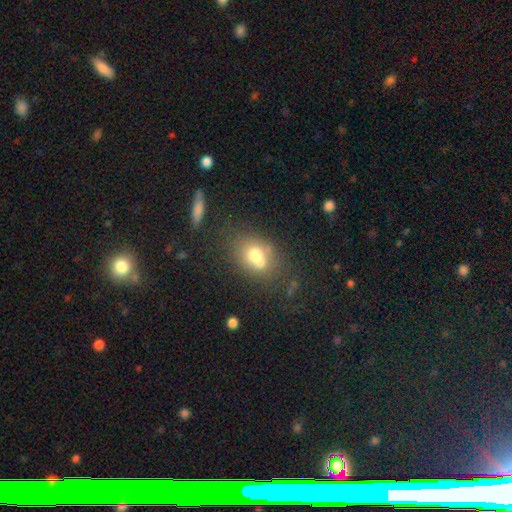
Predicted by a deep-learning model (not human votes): Smooth or featured? Predicted: smooth (p=0.66). How rounded? Predicted: in between (p=0.52). Merging? Predicted: none (p=0.41).